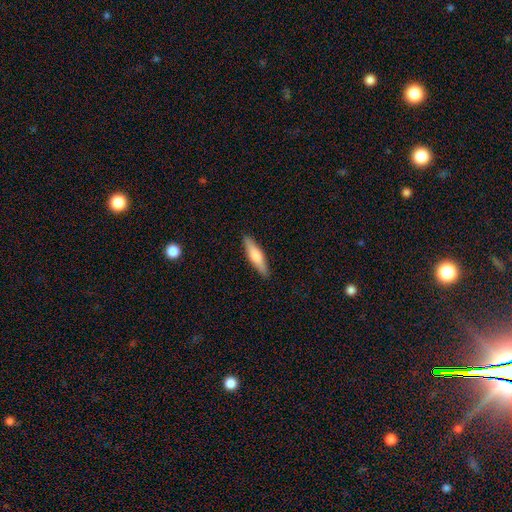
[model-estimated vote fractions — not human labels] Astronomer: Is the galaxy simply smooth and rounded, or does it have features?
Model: smooth — 67%.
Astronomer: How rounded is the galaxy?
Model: cigar-shaped — 75%.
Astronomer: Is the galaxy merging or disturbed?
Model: none — 89%.